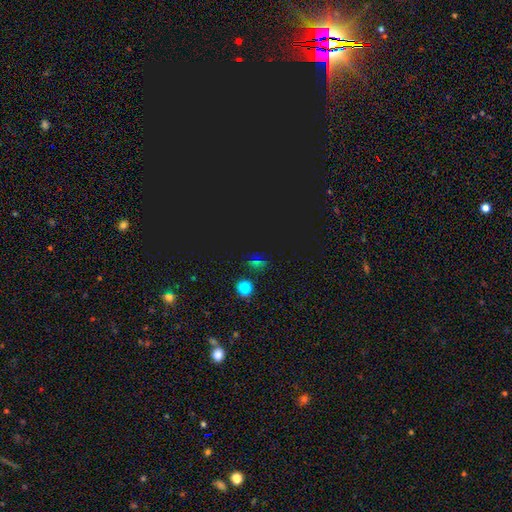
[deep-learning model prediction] smooth_or_featured: star or artifact (p=0.66) [alt: smooth p=0.27]